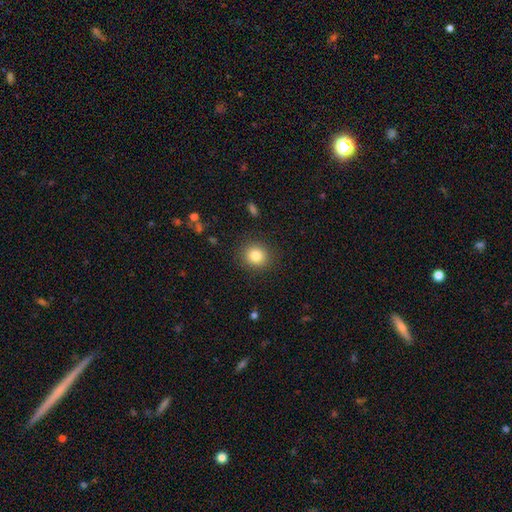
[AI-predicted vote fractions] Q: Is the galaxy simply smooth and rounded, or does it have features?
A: smooth — 83%.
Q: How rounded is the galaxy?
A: round — 87%.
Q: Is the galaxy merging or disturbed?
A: none — 89%.